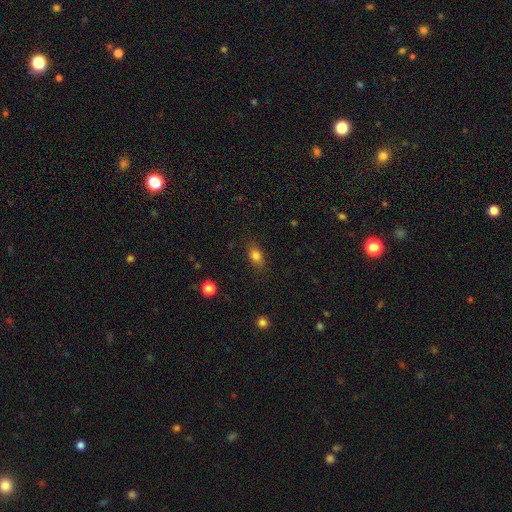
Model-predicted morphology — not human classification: Q: Smooth or featured?
A: smooth (81%); runner-up: star or artifact (11%)
Q: How rounded?
A: in between (77%); runner-up: round (19%)
Q: Merging?
A: none (82%); runner-up: minor disturbance (13%)